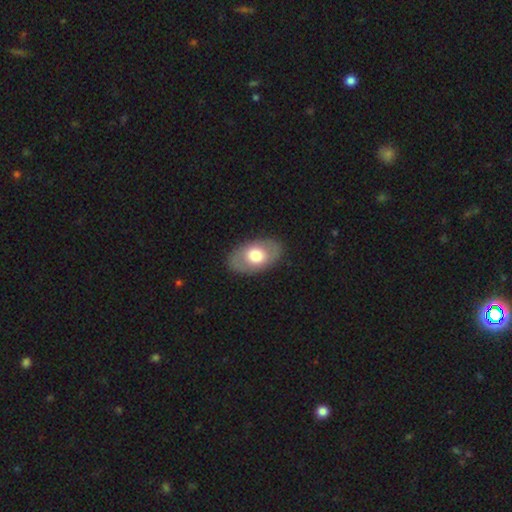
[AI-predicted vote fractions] Q: Smooth or featured?
A: smooth (61%); runner-up: featured or disk (34%)
Q: How rounded?
A: in between (89%); runner-up: round (10%)
Q: Merging?
A: none (86%); runner-up: minor disturbance (10%)